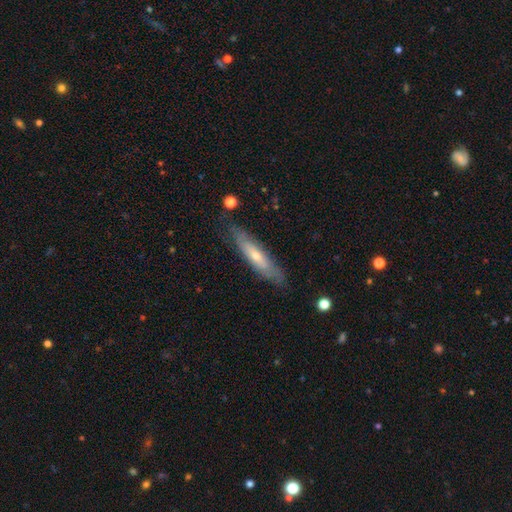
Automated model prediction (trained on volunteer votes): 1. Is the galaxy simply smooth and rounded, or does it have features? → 52% featured or disk, 41% smooth, 6% star or artifact.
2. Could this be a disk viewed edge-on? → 57% yes, 43% no.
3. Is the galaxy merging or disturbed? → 79% none, 16% minor disturbance, 4% major disturbance, 2% merger.